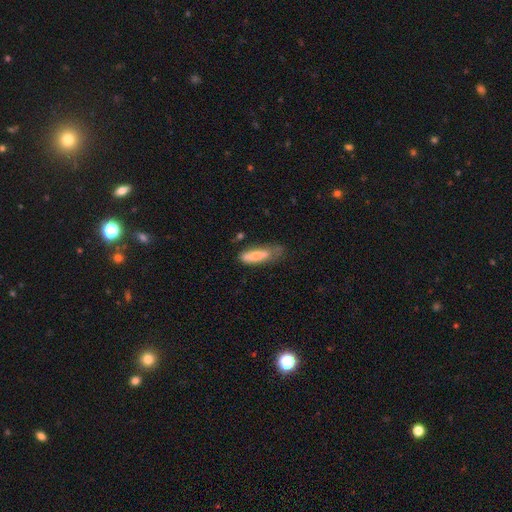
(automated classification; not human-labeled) Morphology: type=smooth (70%); roundness=cigar-shaped (53%); merging=none (37%).